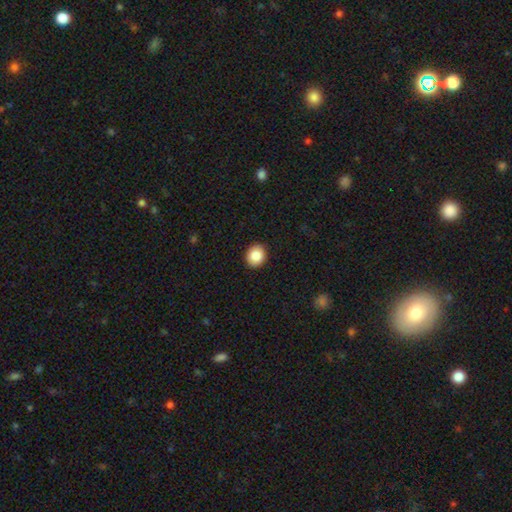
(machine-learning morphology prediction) Smooth or featured: smooth — 86% (star or artifact — 9%)
How rounded: round — 68% (in between — 32%)
Merging: none — 91% (minor disturbance — 6%)